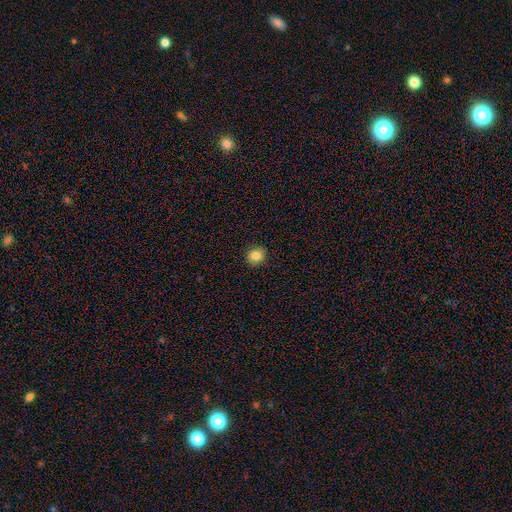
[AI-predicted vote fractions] Morphology: type=smooth (84%); roundness=round (76%); merging=none (88%).